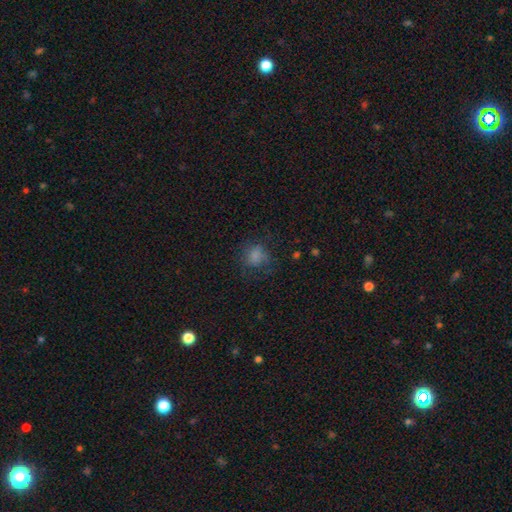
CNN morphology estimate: A smooth galaxy with no disk features (73%) that is round (70%).

Vote fractions:
- Smooth or featured? smooth: 73% / star or artifact: 15% / featured or disk: 13%
- How rounded? round: 70% / in between: 28% / cigar-shaped: 1%
- Merging? none: 57% / minor disturbance: 22% / major disturbance: 19% / merger: 2%